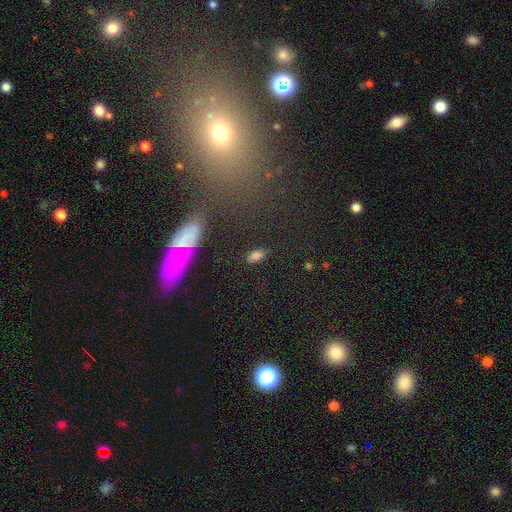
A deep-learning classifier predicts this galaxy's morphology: smooth-or-featured: smooth: 81% | star or artifact: 12% | featured or disk: 7%
  how-rounded: in between: 88% | cigar-shaped: 8% | round: 4%
  merging: none: 84% | minor disturbance: 11% | major disturbance: 3% | merger: 2%